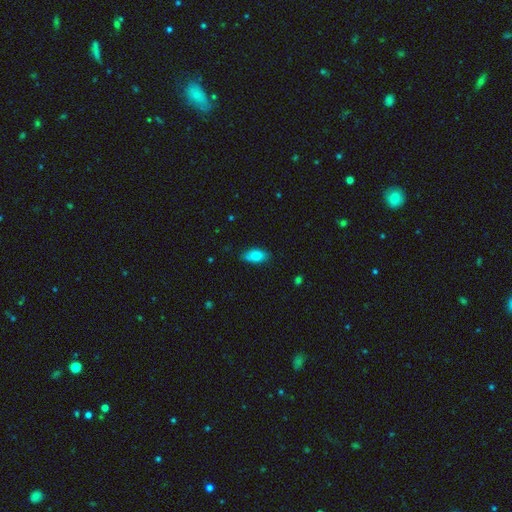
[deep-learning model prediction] Q: Smooth or featured?
A: smooth (81%); runner-up: featured or disk (12%)
Q: How rounded?
A: in between (88%); runner-up: cigar-shaped (9%)
Q: Merging?
A: none (83%); runner-up: minor disturbance (14%)